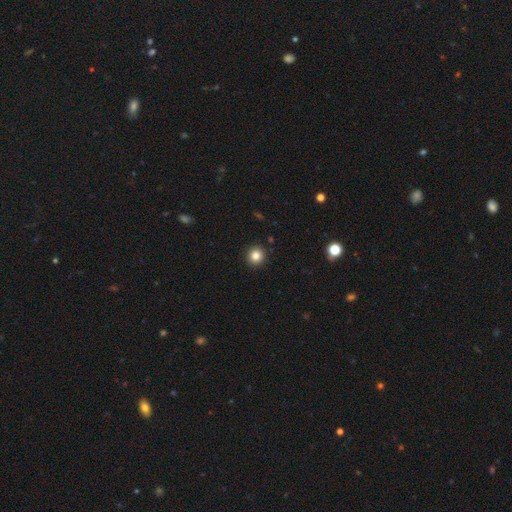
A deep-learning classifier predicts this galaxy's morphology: Smooth or featured? Predicted: smooth (p=0.83). How rounded? Predicted: round (p=0.94). Merging? Predicted: none (p=0.92).